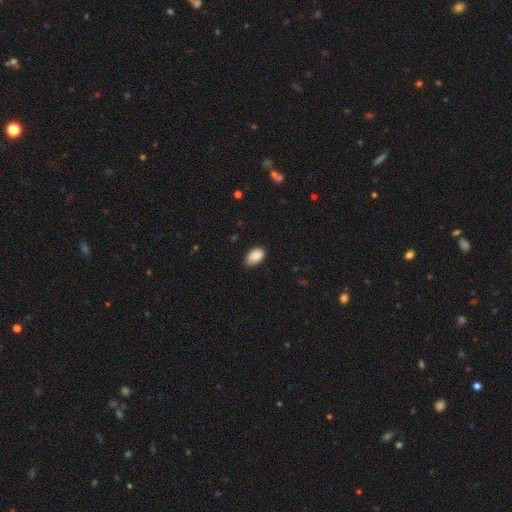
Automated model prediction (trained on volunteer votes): smooth-or-featured: smooth: 89% | star or artifact: 7% | featured or disk: 4%
  how-rounded: in between: 91% | round: 7% | cigar-shaped: 1%
  merging: none: 75% | minor disturbance: 22% | major disturbance: 3% | merger: 1%